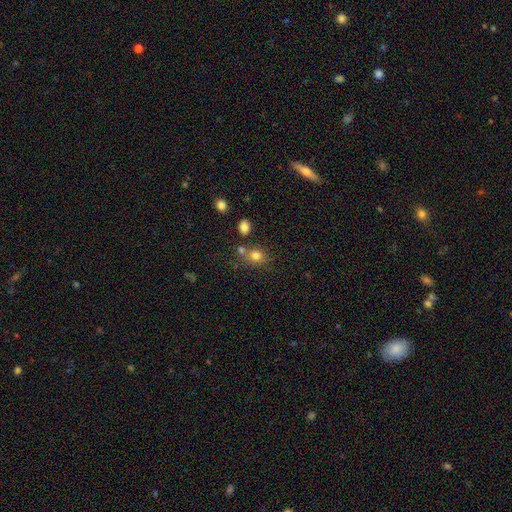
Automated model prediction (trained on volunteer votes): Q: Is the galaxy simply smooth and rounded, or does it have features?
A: smooth — 79%.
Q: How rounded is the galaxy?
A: round — 63%.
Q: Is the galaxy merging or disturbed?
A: none — 62%.